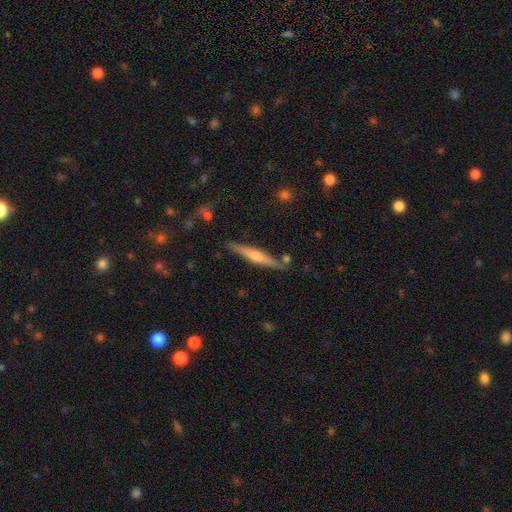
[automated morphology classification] A featured or disk galaxy (67%) viewed edge-on (97%) with a rounded central bulge (73%). Merging: none (87%).